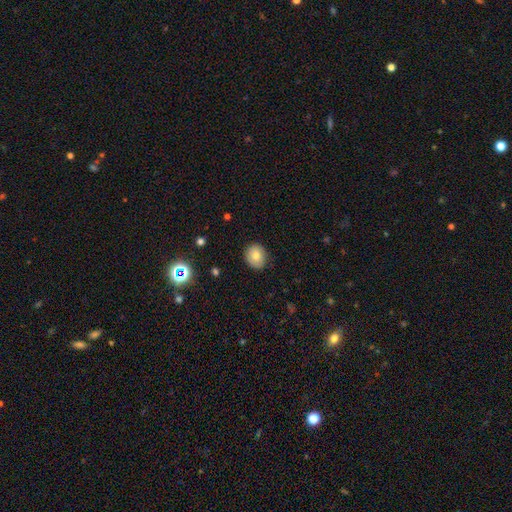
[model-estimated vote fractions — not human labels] Smooth or featured? Predicted: smooth (p=0.78). How rounded? Predicted: round (p=0.65). Merging? Predicted: none (p=0.84).